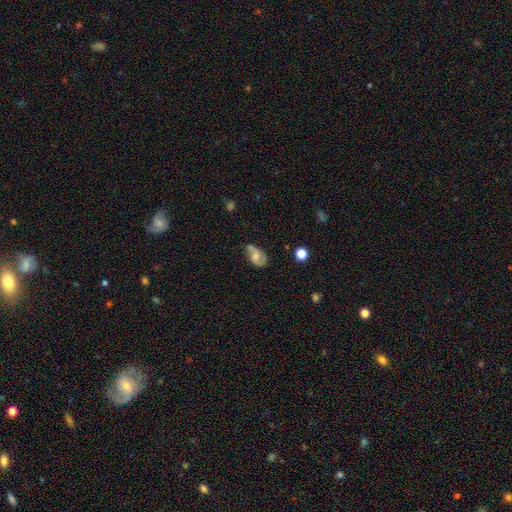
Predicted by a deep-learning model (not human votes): smooth-or-featured: featured or disk: 50% | smooth: 40% | star or artifact: 9%
  disk-edge-on: no: 96% | yes: 4%
  merging: none: 47% | minor disturbance: 26% | merger: 16% | major disturbance: 11%